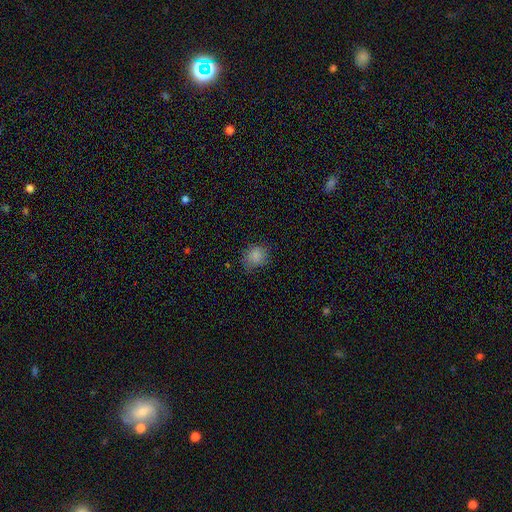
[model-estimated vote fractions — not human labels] A smooth galaxy with no disk features (84%) that is round (68%). Merging: none (77%).